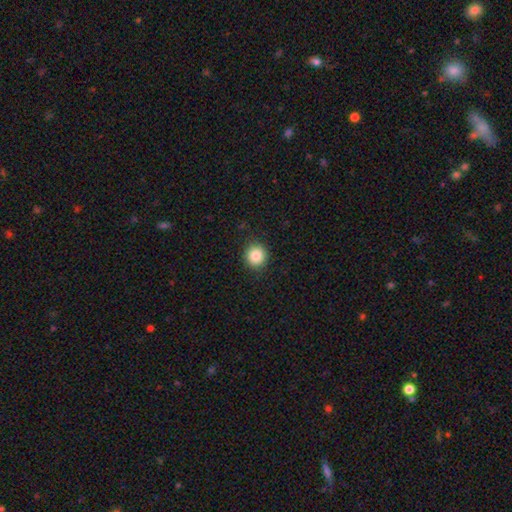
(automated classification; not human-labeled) This is clearly a smooth galaxy (85%). How rounded: clearly round (91%). Merging: clearly none (90%).